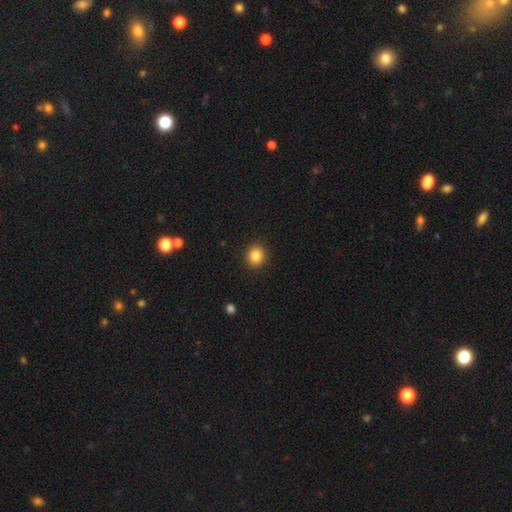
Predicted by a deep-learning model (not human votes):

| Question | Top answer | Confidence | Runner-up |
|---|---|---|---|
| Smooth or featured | smooth | 85% | star or artifact (10%) |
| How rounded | round | 85% | in between (14%) |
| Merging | none | 91% | minor disturbance (6%) |